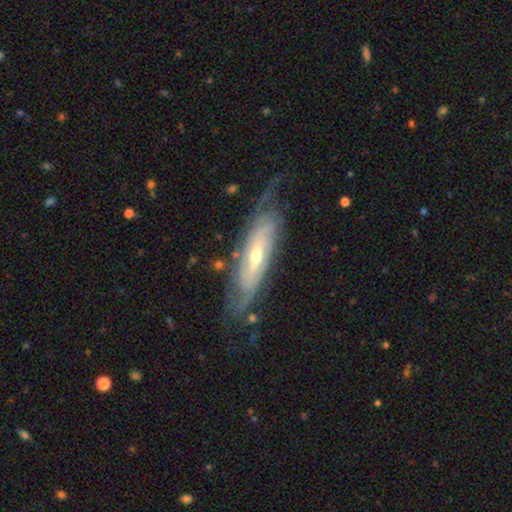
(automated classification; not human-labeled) Smooth or featured: featured or disk — 80% (smooth — 13%)
Edge-on disk: no — 74% (yes — 26%)
Bar: no — 58% (weak — 27%)
Spiral arms: yes — 87% (no — 13%)
Spiral winding: tight — 60% (medium — 29%)
Spiral arm count: can't tell — 52% (2 — 29%)
Bulge size: small — 51% (moderate — 45%)
Merging: none — 67% (minor disturbance — 20%)